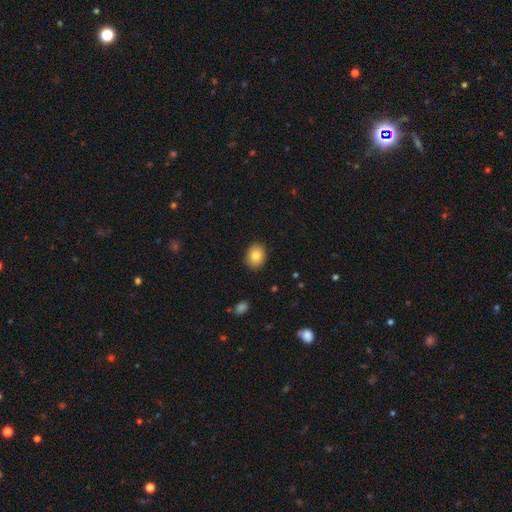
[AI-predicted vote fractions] Smooth or featured: smooth — 82% (star or artifact — 9%)
How rounded: round — 57% (in between — 42%)
Merging: none — 89% (minor disturbance — 8%)